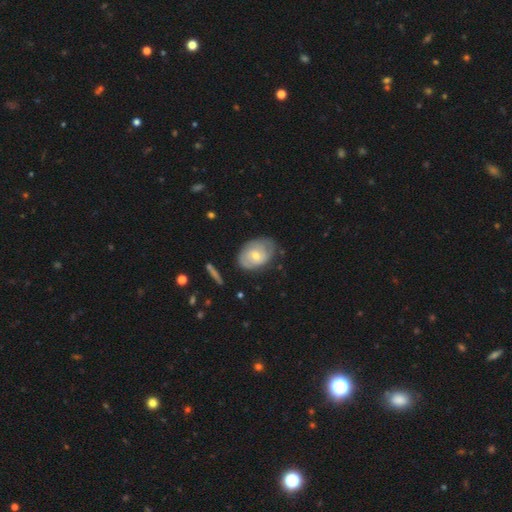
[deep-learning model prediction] Smooth or featured? featured or disk (53%)
Edge-on disk? no (94%)
Bar? no (70%)
Spiral arms? yes (68%)
Bulge size? moderate (49%)
Merging? none (63%)